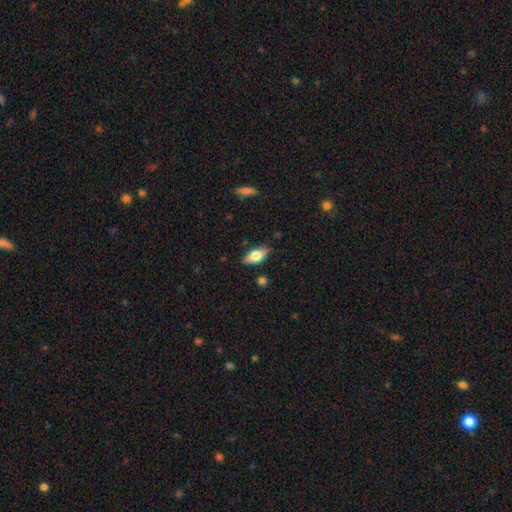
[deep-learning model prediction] Smooth or featured? smooth (62%)
How rounded? in between (82%)
Merging? none (83%)